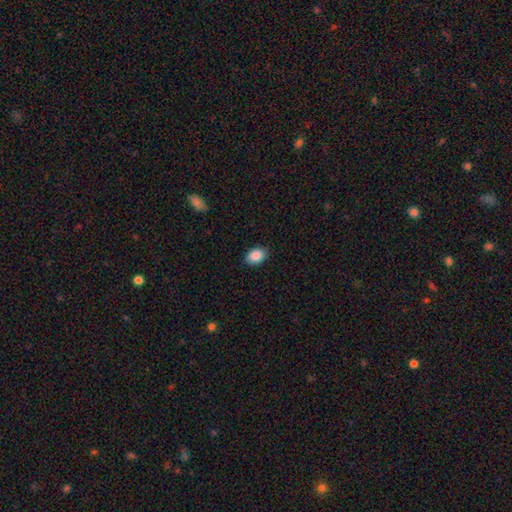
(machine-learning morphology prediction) Smooth or featured?
  - smooth: 89% *
  - star or artifact: 7%
  - featured or disk: 4%
How rounded?
  - in between: 80% *
  - round: 19%
  - cigar-shaped: 1%
Merging?
  - none: 88% *
  - minor disturbance: 9%
  - major disturbance: 2%
  - merger: 1%